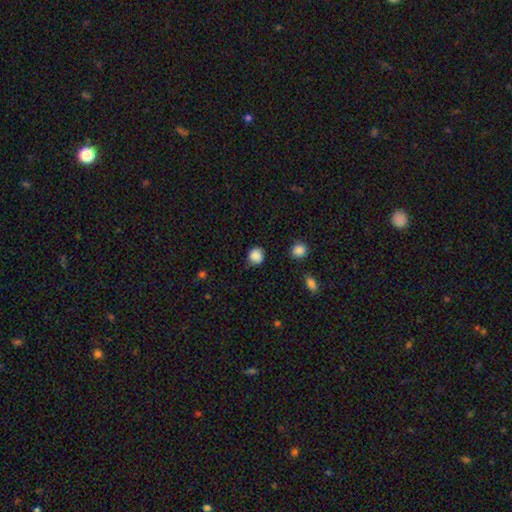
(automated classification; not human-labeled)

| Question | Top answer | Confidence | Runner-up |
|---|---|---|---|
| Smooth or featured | smooth | 86% | star or artifact (10%) |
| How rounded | round | 83% | in between (16%) |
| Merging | none | 80% | minor disturbance (15%) |